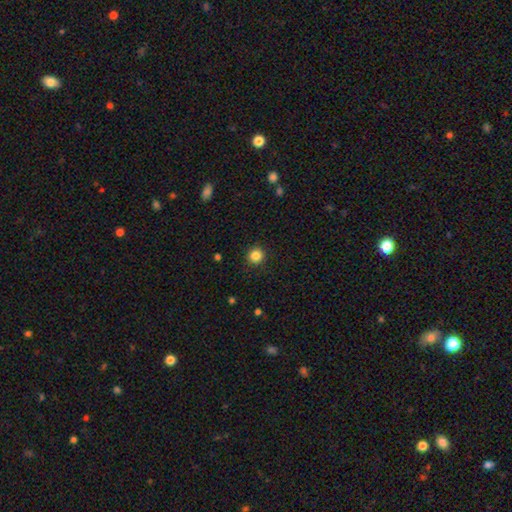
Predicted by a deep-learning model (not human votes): Q: Smooth or featured?
A: smooth (85%); runner-up: star or artifact (11%)
Q: How rounded?
A: round (93%); runner-up: in between (6%)
Q: Merging?
A: none (91%); runner-up: minor disturbance (6%)